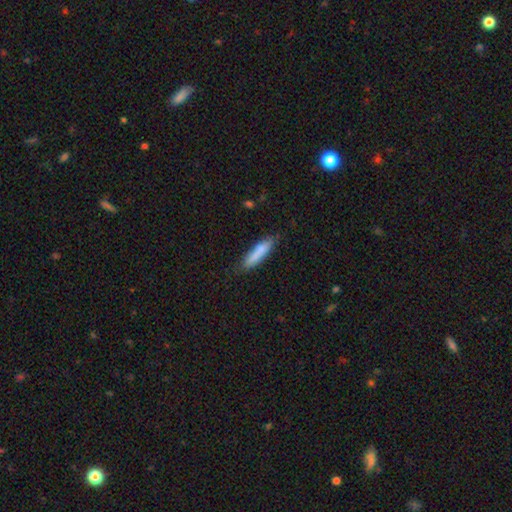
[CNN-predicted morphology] Smooth or featured: smooth — 80% (featured or disk — 13%)
How rounded: cigar-shaped — 82% (in between — 17%)
Merging: none — 79% (minor disturbance — 16%)